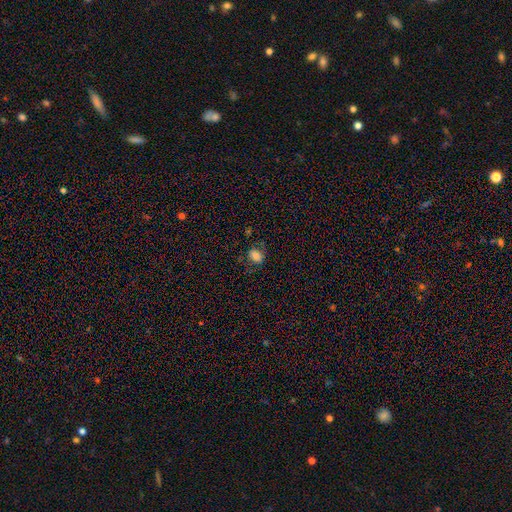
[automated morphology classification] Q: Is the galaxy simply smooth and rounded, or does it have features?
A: smooth — 78%.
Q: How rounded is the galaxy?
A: in between — 73%.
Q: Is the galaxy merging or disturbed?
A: none — 70%.